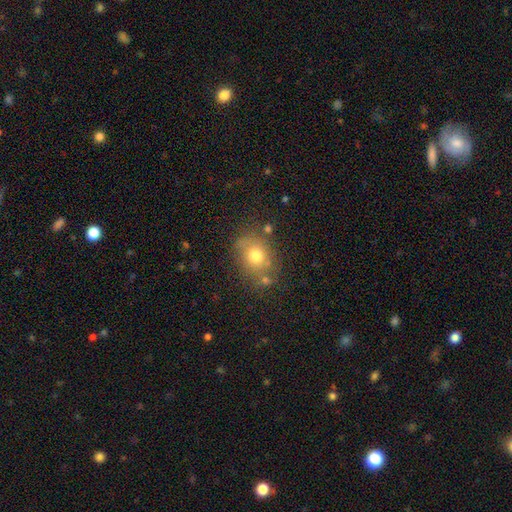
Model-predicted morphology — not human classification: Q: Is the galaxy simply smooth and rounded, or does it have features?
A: smooth — 70%.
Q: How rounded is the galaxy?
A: round — 55%.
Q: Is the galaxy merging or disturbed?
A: none — 69%.